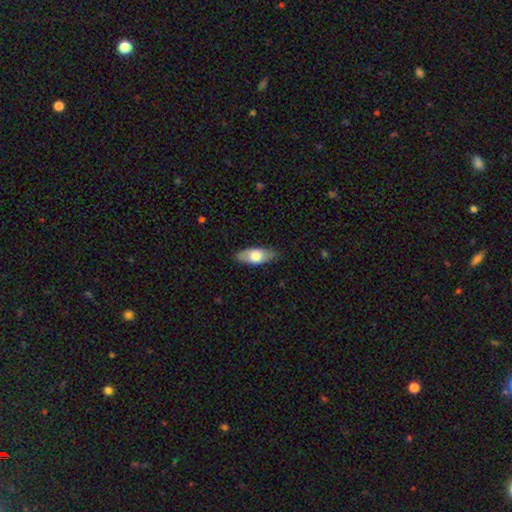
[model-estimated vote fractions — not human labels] smooth-or-featured: smooth: 67% | featured or disk: 28% | star or artifact: 6%
  how-rounded: in between: 81% | cigar-shaped: 16% | round: 3%
  merging: none: 83% | minor disturbance: 14% | major disturbance: 3% | merger: 1%